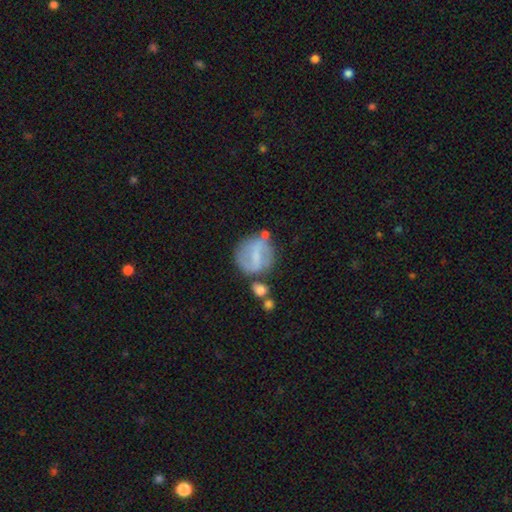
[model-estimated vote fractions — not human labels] A featured or disk galaxy (58%) with a strong bar (42%), spiral arms (68%) and a small central bulge (42%). Merging: none (59%).